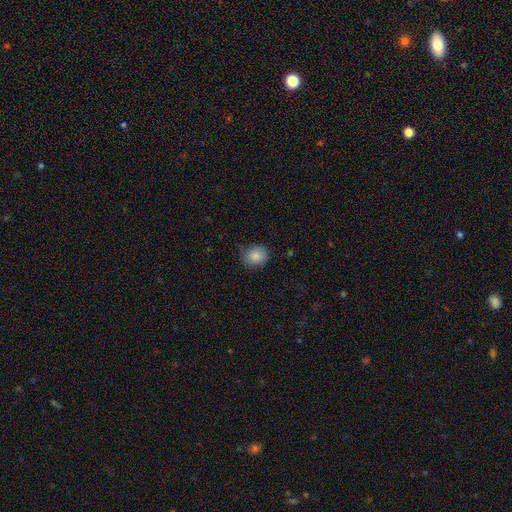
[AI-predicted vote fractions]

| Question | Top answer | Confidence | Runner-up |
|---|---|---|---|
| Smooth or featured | smooth | 85% | star or artifact (9%) |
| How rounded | round | 64% | in between (35%) |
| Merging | none | 71% | minor disturbance (23%) |